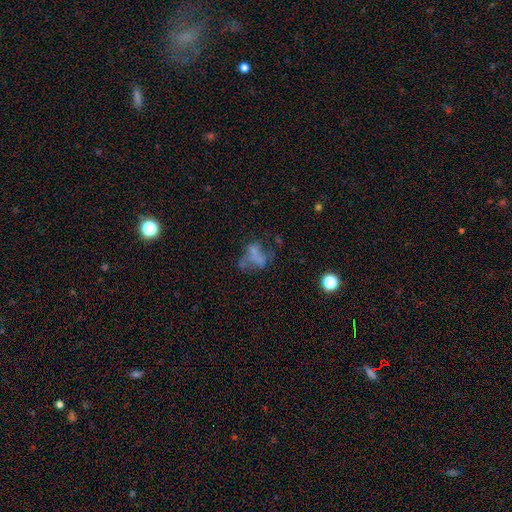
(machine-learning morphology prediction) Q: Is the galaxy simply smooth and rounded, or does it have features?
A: featured or disk — 41%.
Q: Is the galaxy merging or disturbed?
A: major disturbance — 38%.